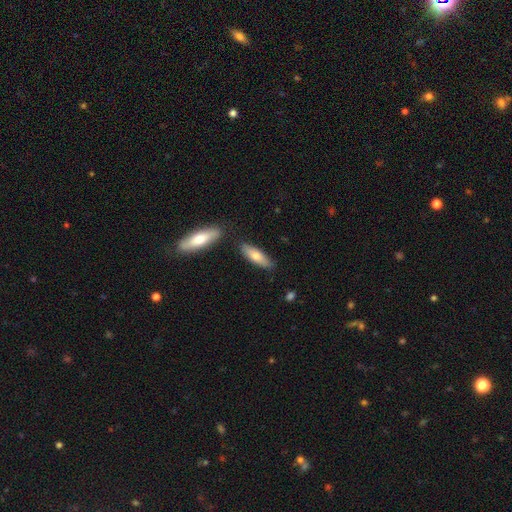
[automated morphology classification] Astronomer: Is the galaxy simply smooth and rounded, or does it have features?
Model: smooth — 72%.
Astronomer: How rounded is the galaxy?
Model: cigar-shaped — 50% (runner-up: in between, 49%).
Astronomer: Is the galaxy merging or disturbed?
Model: none — 79%.